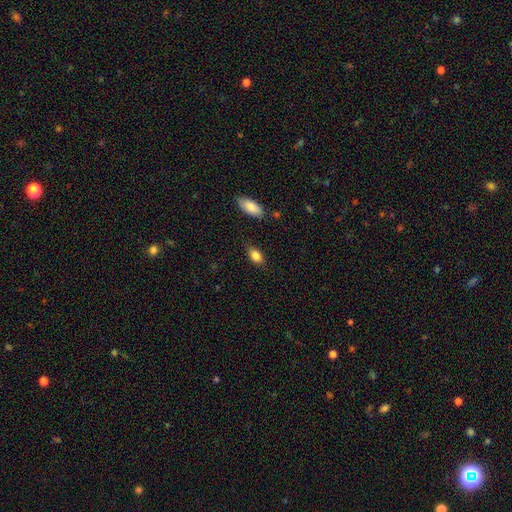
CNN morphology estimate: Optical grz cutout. It shows a smooth galaxy with no disk features (84%) that is in between round and cigar-shaped (87%). Merging: none (80%).